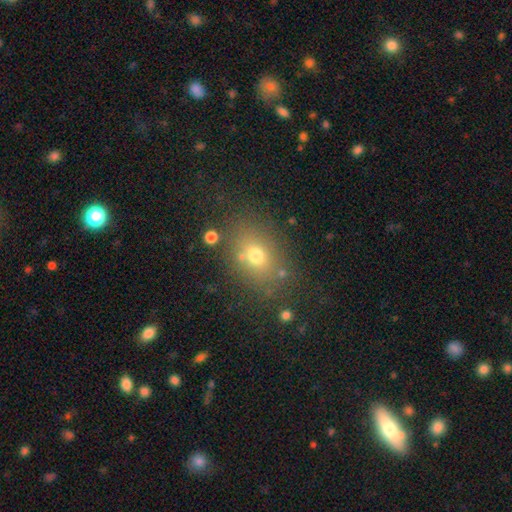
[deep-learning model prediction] The model was most divided on "how rounded": in between: 64%, round: 35%, cigar-shaped: 2%. More confident: merging — none (77%); smooth or featured — smooth (69%).